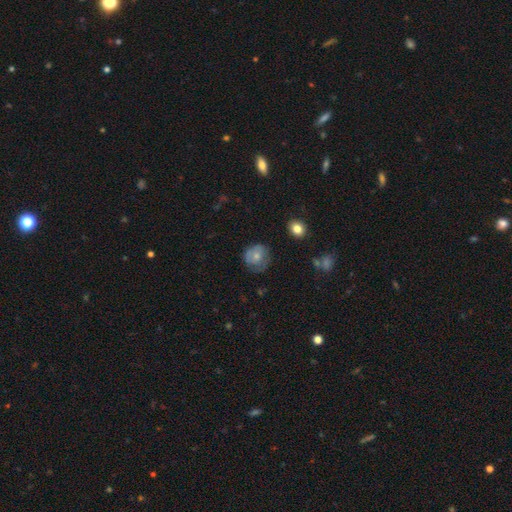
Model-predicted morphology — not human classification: smooth_or_featured: smooth (p=0.65) [alt: featured or disk p=0.26]
how_rounded: round (p=0.79) [alt: in between p=0.20]
merging: none (p=0.59) [alt: minor disturbance p=0.28]